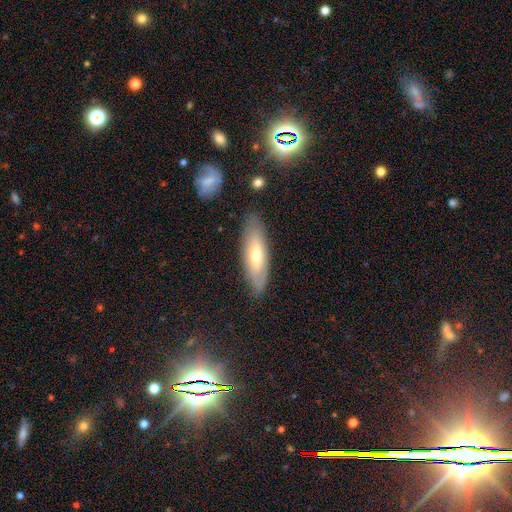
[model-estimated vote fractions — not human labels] A smooth galaxy with no disk features (54%) that is cigar-shaped (49%, tied with in between). Merging: none (83%).